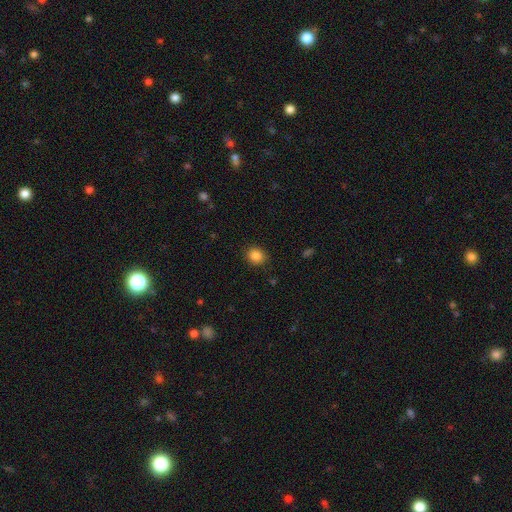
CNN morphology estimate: Smooth or featured?
  - smooth: 85% *
  - star or artifact: 11%
  - featured or disk: 4%
How rounded?
  - round: 81% *
  - in between: 18%
  - cigar-shaped: 1%
Merging?
  - none: 90% *
  - minor disturbance: 7%
  - major disturbance: 2%
  - merger: 1%